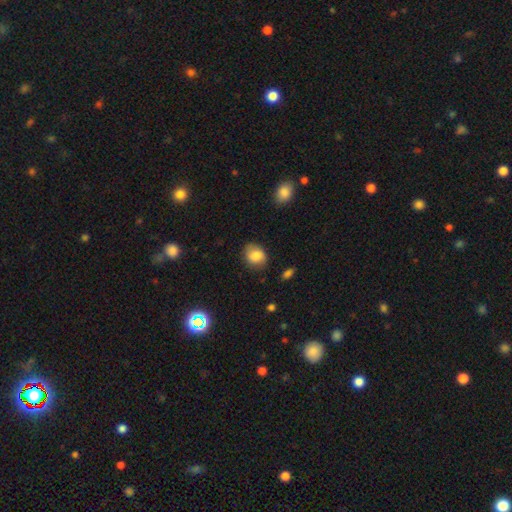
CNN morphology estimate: This appears to be a smooth galaxy with no disk features (82%) that is round (56%). Merging: none (75%).